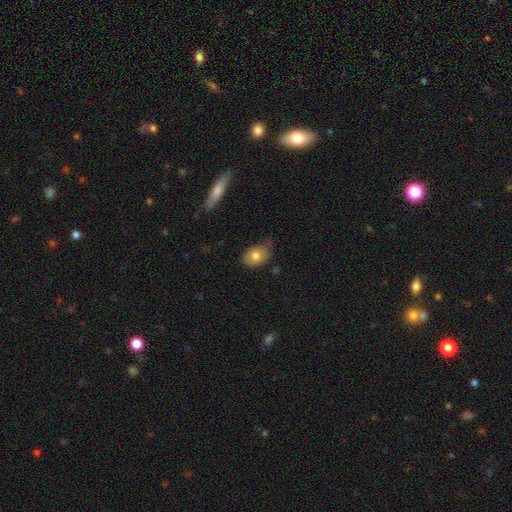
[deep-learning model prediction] A smooth galaxy with no disk features (76%) that is in between round and cigar-shaped (74%).

Vote fractions:
- Smooth or featured? smooth: 76% / featured or disk: 16% / star or artifact: 8%
- How rounded? in between: 74% / round: 25% / cigar-shaped: 1%
- Merging? none: 56% / minor disturbance: 34% / major disturbance: 7% / merger: 3%